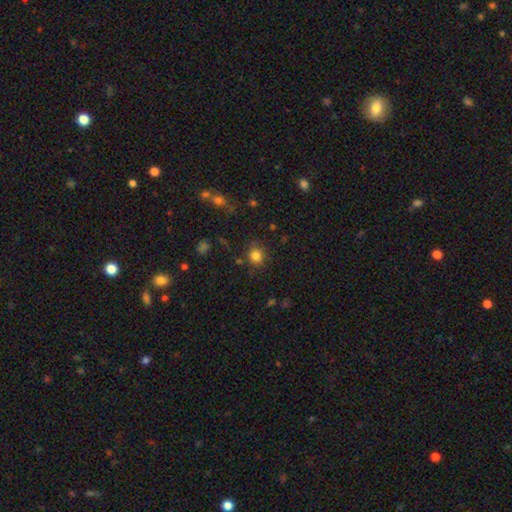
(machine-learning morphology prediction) This is clearly a smooth galaxy (82%). How rounded: clearly round (83%). Merging: clearly none (80%).